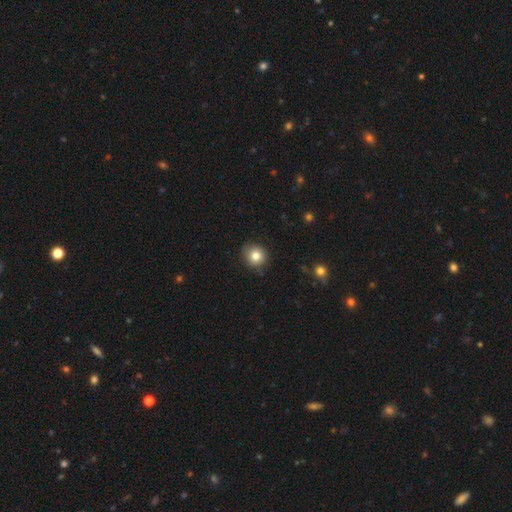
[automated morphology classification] smooth-or-featured: smooth: 82% | star or artifact: 11% | featured or disk: 7%
  how-rounded: round: 90% | in between: 9% | cigar-shaped: 1%
  merging: none: 83% | minor disturbance: 13% | major disturbance: 2% | merger: 1%